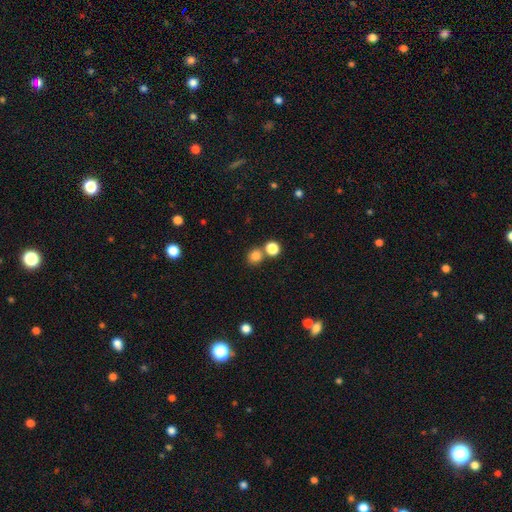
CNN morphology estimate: smooth-or-featured: smooth: 81% | star or artifact: 13% | featured or disk: 5%
  how-rounded: round: 82% | in between: 17% | cigar-shaped: 1%
  merging: none: 65% | merger: 24% | minor disturbance: 7% | major disturbance: 3%